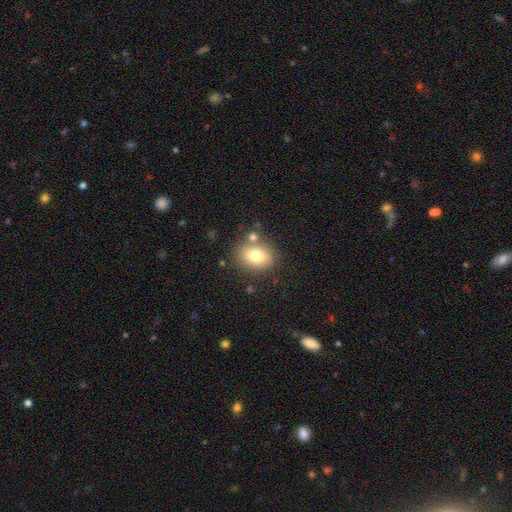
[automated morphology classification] Smooth or featured? Predicted: smooth (p=0.76). How rounded? Predicted: in between (p=0.55). Merging? Predicted: none (p=0.73).